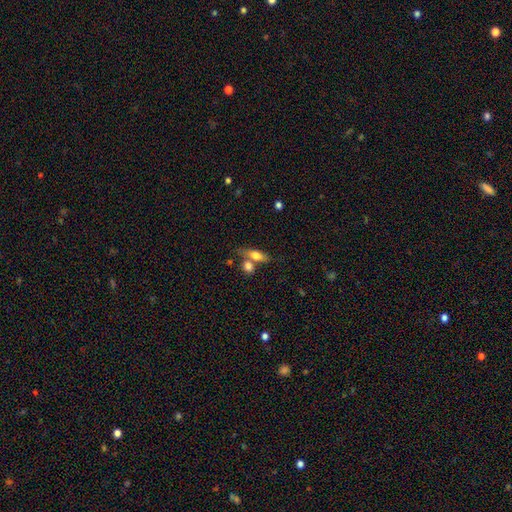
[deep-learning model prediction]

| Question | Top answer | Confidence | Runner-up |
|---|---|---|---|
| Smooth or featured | smooth | 64% | featured or disk (29%) |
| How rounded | in between | 57% | cigar-shaped (34%) |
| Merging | none | 47% | merger (36%) |